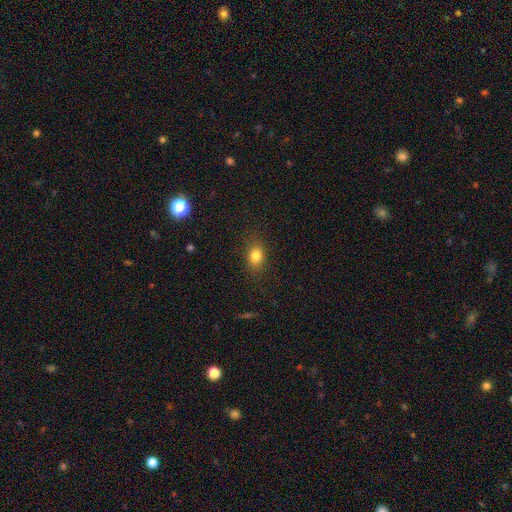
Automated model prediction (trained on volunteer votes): This appears to be a smooth galaxy with no disk features (80%) that is in between round and cigar-shaped (56%). Merging: none (83%).